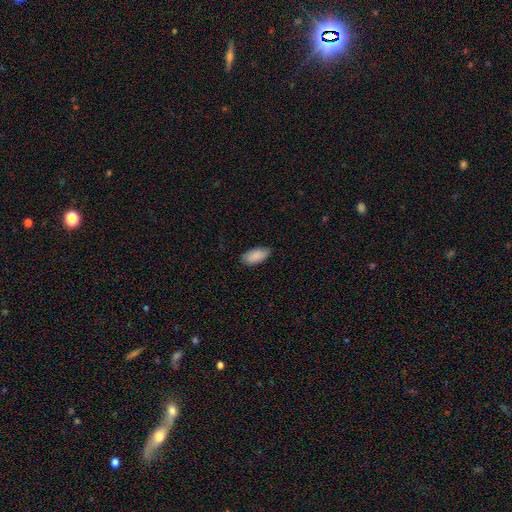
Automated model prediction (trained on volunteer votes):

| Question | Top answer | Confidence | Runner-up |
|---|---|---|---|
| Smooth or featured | smooth | 89% | star or artifact (6%) |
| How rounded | in between | 91% | cigar-shaped (7%) |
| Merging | none | 84% | minor disturbance (13%) |